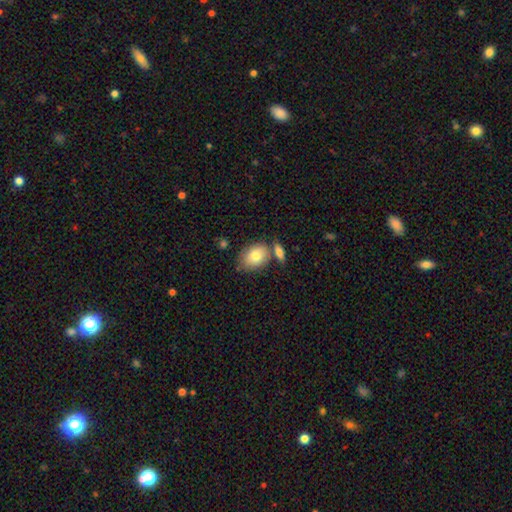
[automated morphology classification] A smooth galaxy with no disk features (79%) that is in between round and cigar-shaped (74%).

Vote fractions:
- Smooth or featured? smooth: 79% / featured or disk: 14% / star or artifact: 7%
- How rounded? in between: 74% / round: 25% / cigar-shaped: 1%
- Merging? none: 59% / merger: 21% / minor disturbance: 16% / major disturbance: 4%